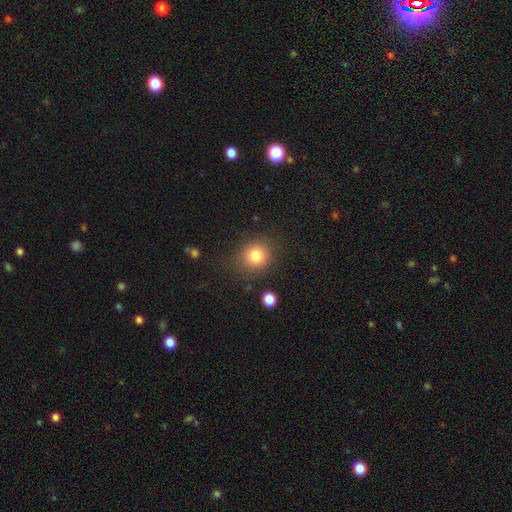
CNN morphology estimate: Smooth or featured? Predicted: smooth (p=0.81). How rounded? Predicted: round (p=0.82). Merging? Predicted: none (p=0.82).